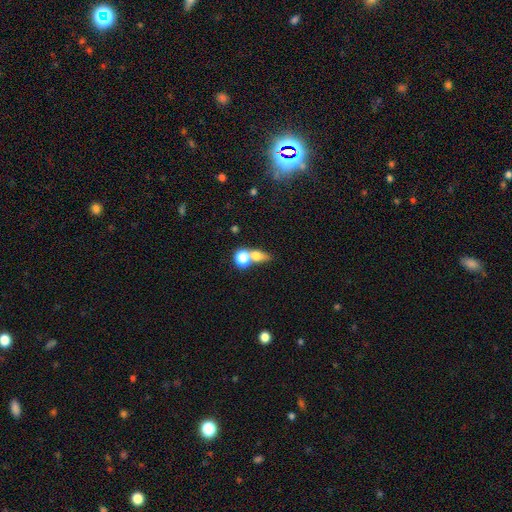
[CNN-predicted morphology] smooth 69%, featured or disk 18%, star or artifact 14%. Down the decision tree: how rounded — in between (52%); merging — merger (54%).